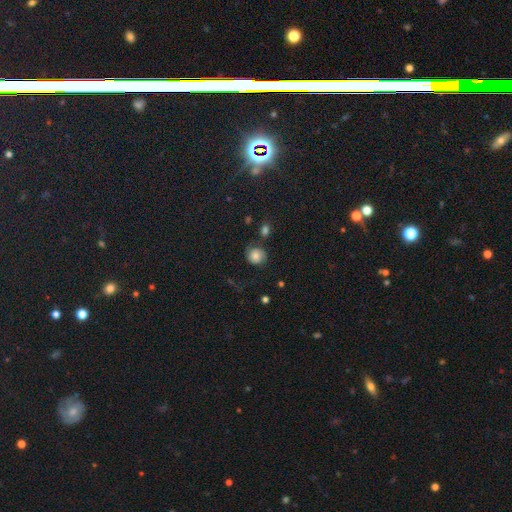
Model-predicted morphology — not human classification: smooth-or-featured: smooth: 58% | featured or disk: 30% | star or artifact: 12%
  how-rounded: round: 83% | in between: 16% | cigar-shaped: 1%
  merging: none: 63% | minor disturbance: 20% | major disturbance: 11% | merger: 6%